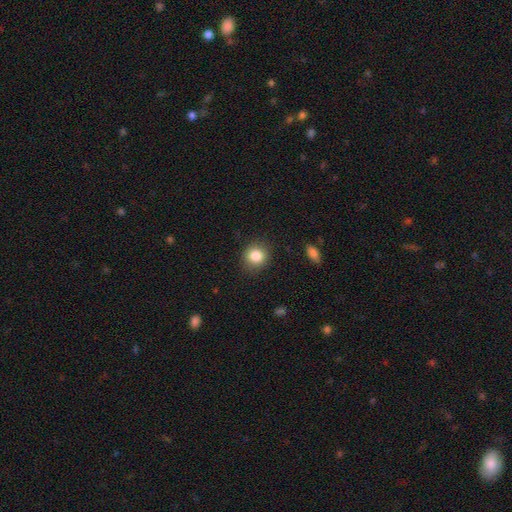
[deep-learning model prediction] Smooth or featured? Predicted: smooth (p=0.84). How rounded? Predicted: round (p=0.82). Merging? Predicted: none (p=0.87).